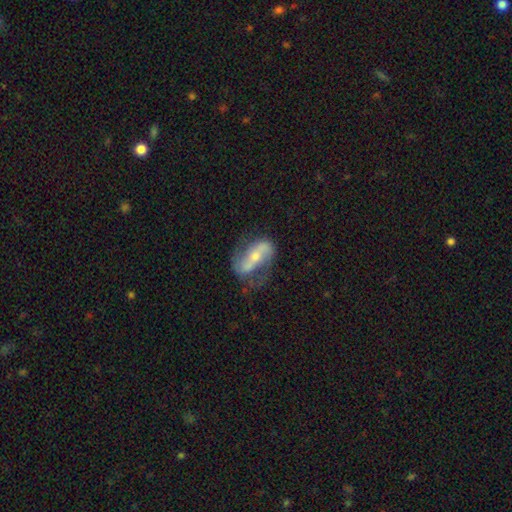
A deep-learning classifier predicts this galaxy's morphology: Smooth or featured: featured or disk — 78% (smooth — 16%)
Edge-on disk: no — 92% (yes — 8%)
Bar: strong — 51% (weak — 26%)
Spiral arms: yes — 88% (no — 12%)
Spiral winding: loose — 55% (medium — 32%)
Spiral arm count: 2 — 89% (can't tell — 5%)
Bulge size: moderate — 48% (small — 45%)
Merging: none — 62% (minor disturbance — 22%)